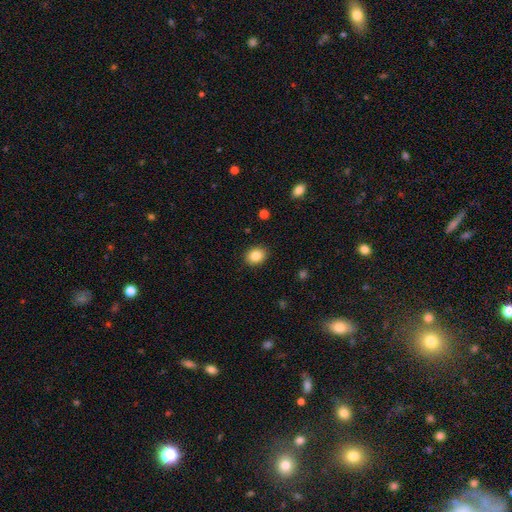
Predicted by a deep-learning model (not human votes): A smooth galaxy with no disk features (85%) that is round (50%).

Vote fractions:
- Smooth or featured? smooth: 85% / star or artifact: 9% / featured or disk: 6%
- How rounded? round: 50% / in between: 49% / cigar-shaped: 1%
- Merging? none: 90% / minor disturbance: 7% / major disturbance: 2% / merger: 1%